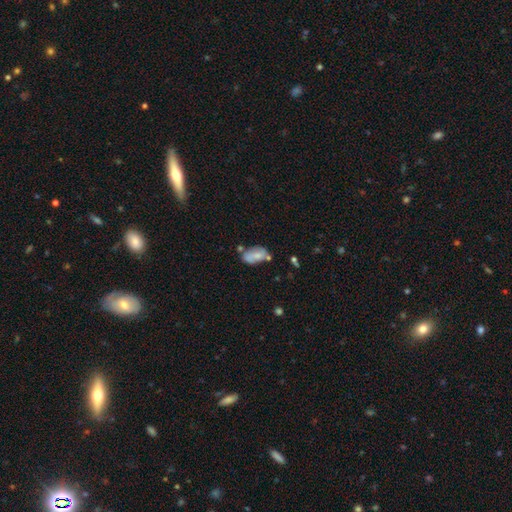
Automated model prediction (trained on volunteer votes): smooth-or-featured: smooth: 66% | featured or disk: 26% | star or artifact: 8%
  how-rounded: in between: 91% | round: 6% | cigar-shaped: 3%
  merging: none: 49% | minor disturbance: 25% | merger: 18% | major disturbance: 8%